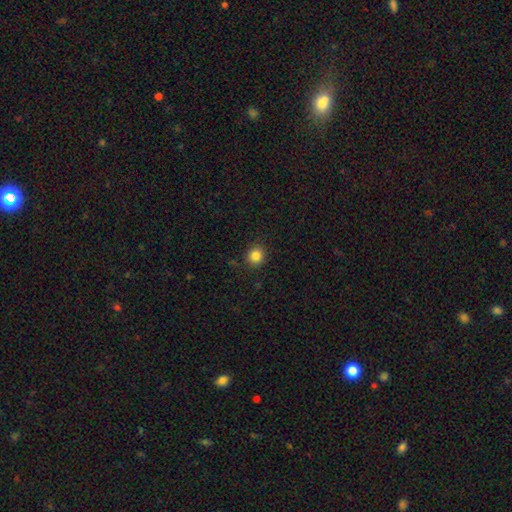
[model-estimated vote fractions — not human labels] Morphology: type=smooth (85%); roundness=round (87%); merging=none (89%).